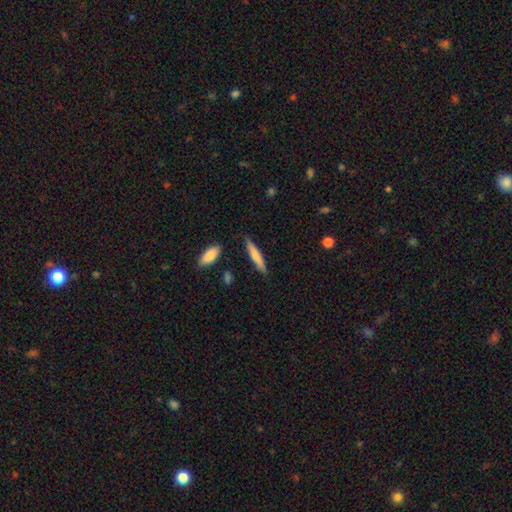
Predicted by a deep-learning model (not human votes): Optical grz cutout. It shows a smooth galaxy with no disk features (67%) that is cigar-shaped (90%). Merging: none (85%).